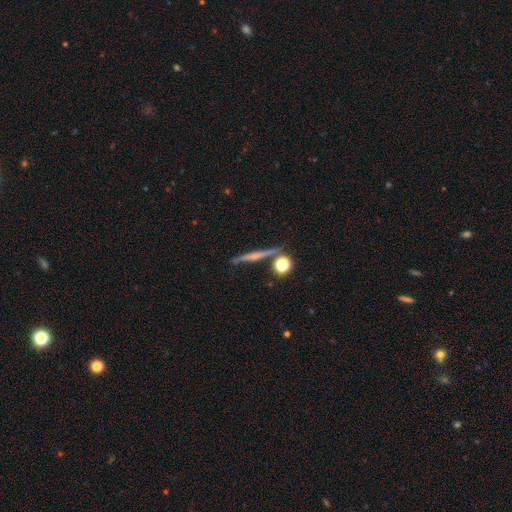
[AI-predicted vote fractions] Morphology: type=featured or disk (58%); edge-on=yes (95%); edge-on bulge=none (44%); merging=none (81%).